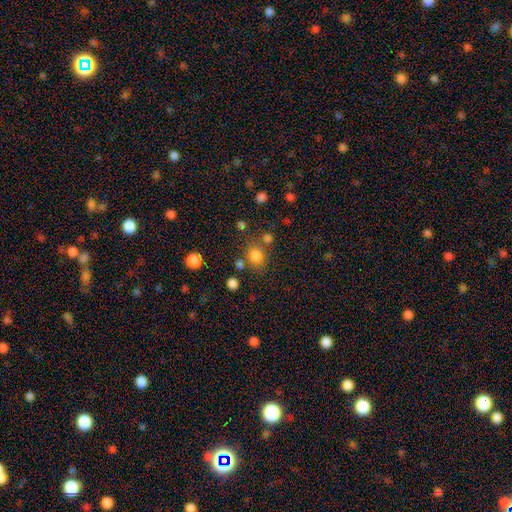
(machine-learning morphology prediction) A smooth galaxy with no disk features (78%) that is round (58%).

Vote fractions:
- Smooth or featured? smooth: 78% / star or artifact: 15% / featured or disk: 7%
- How rounded? round: 58% / in between: 41% / cigar-shaped: 1%
- Merging? none: 66% / merger: 14% / minor disturbance: 14% / major disturbance: 6%